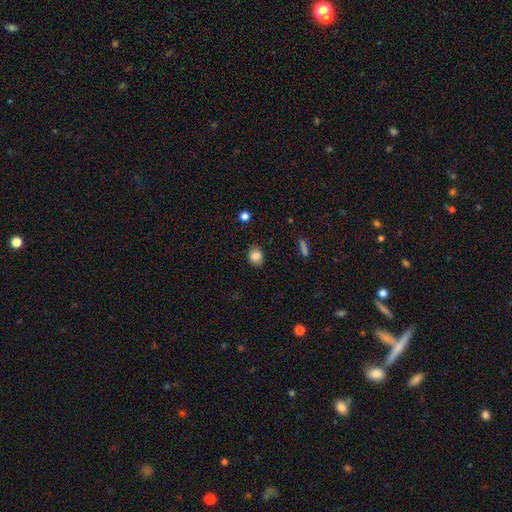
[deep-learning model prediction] A smooth galaxy with no disk features (82%) that is round (57%).

Vote fractions:
- Smooth or featured? smooth: 82% / star or artifact: 10% / featured or disk: 8%
- How rounded? round: 57% / in between: 42% / cigar-shaped: 1%
- Merging? none: 86% / minor disturbance: 11% / major disturbance: 2% / merger: 1%